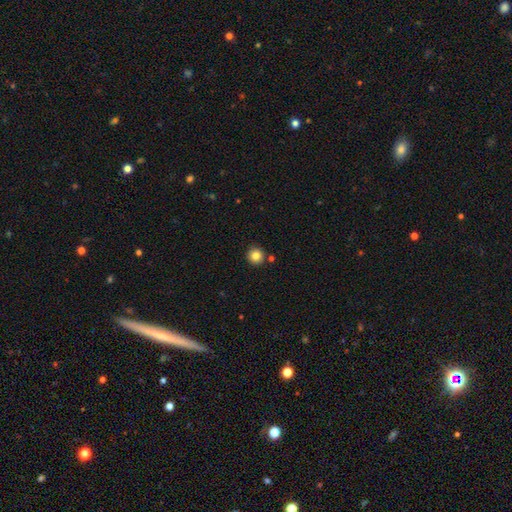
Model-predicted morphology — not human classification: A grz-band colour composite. It shows a smooth galaxy with no disk features (84%) that is round (95%). Merging: none (87%).